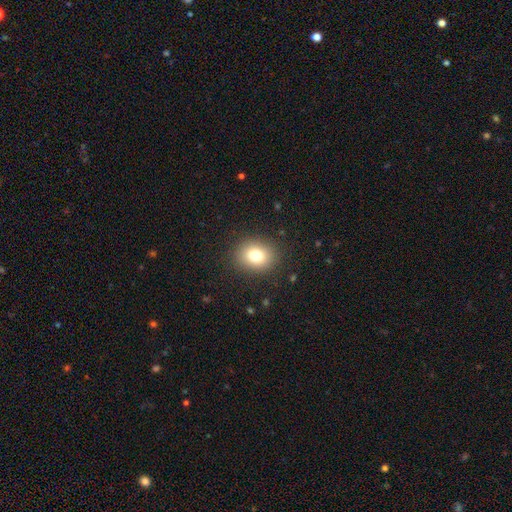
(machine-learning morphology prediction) smooth-or-featured: smooth: 78% | star or artifact: 12% | featured or disk: 10%
  how-rounded: round: 58% | in between: 41% | cigar-shaped: 1%
  merging: none: 88% | minor disturbance: 8% | major disturbance: 3% | merger: 1%